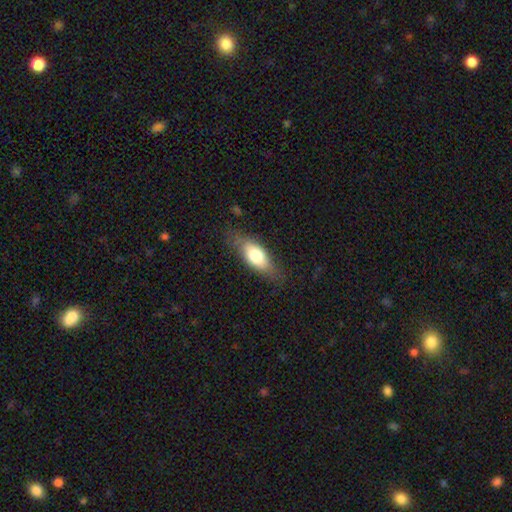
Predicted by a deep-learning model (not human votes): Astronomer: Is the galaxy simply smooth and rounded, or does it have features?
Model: smooth — 70%.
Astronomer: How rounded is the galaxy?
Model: in between — 78%.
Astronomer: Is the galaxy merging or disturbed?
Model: none — 72%.